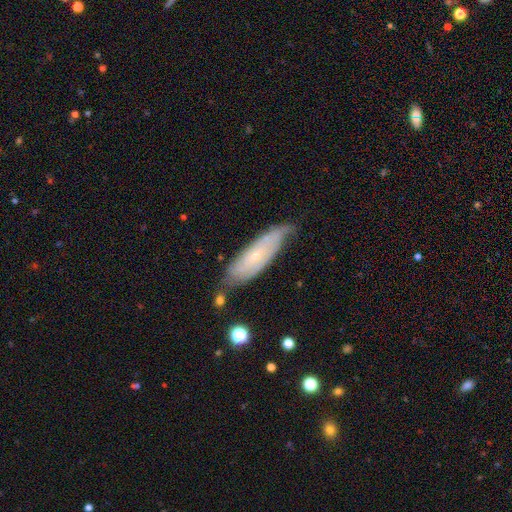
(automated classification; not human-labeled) Smooth or featured?
  - featured or disk: 62% *
  - smooth: 31%
  - star or artifact: 7%
Edge-on disk?
  - no: 77% *
  - yes: 23%
Merging?
  - none: 63% *
  - minor disturbance: 27%
  - major disturbance: 6%
  - merger: 3%